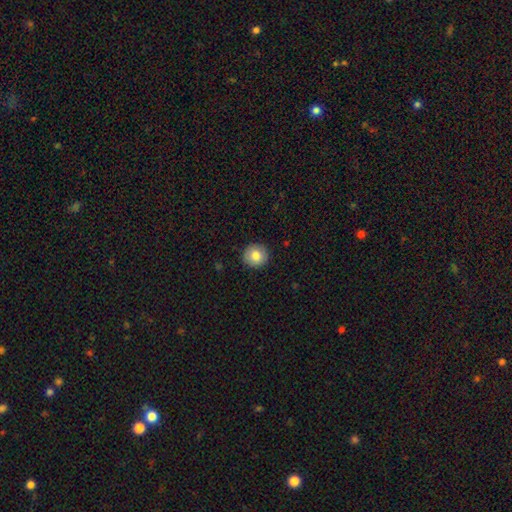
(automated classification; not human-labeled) Smooth or featured: smooth — 82% (featured or disk — 10%)
How rounded: round — 92% (in between — 7%)
Merging: none — 91% (minor disturbance — 6%)